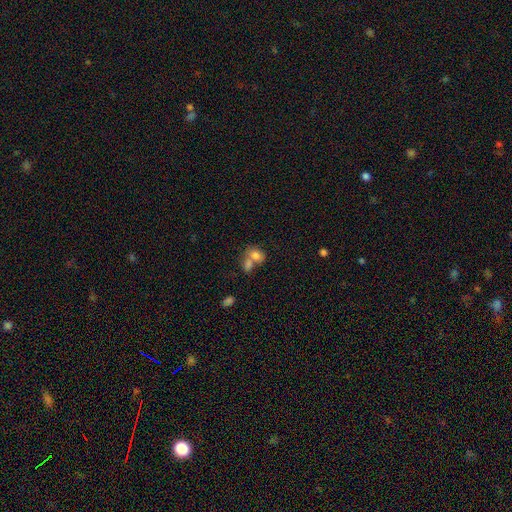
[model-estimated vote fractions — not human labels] Smooth or featured? Predicted: smooth (p=0.77). How rounded? Predicted: in between (p=0.63). Merging? Predicted: merger (p=0.59).